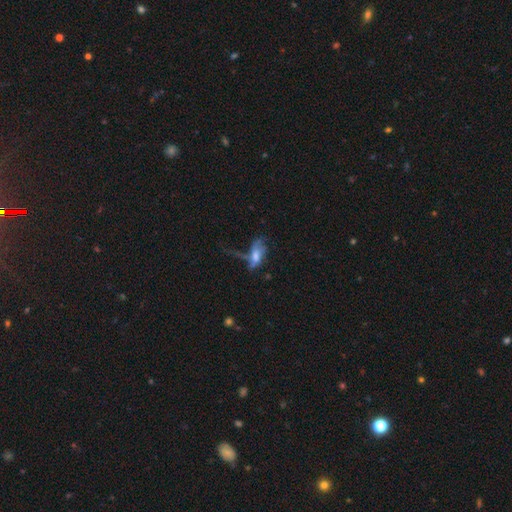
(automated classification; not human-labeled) Smooth or featured? smooth (47%)
Merging? major disturbance (47%)